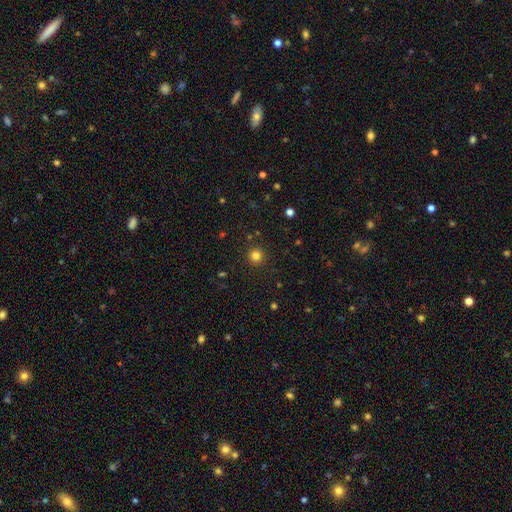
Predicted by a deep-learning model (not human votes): Q: Smooth or featured?
A: smooth (81%); runner-up: star or artifact (14%)
Q: How rounded?
A: round (95%); runner-up: in between (4%)
Q: Merging?
A: none (91%); runner-up: minor disturbance (5%)